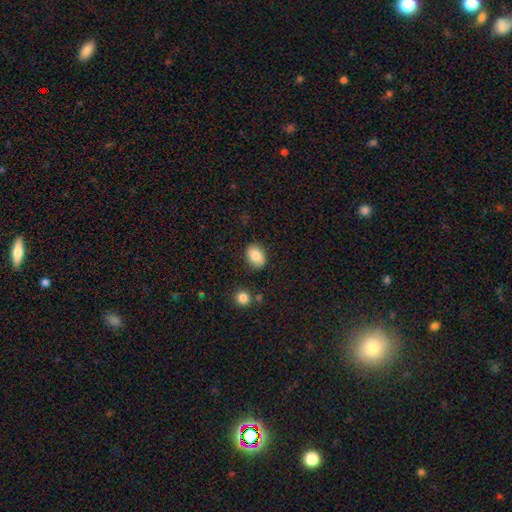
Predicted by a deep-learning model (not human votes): A smooth galaxy with no disk features (82%) that is in between round and cigar-shaped (69%). Merging: none (85%).